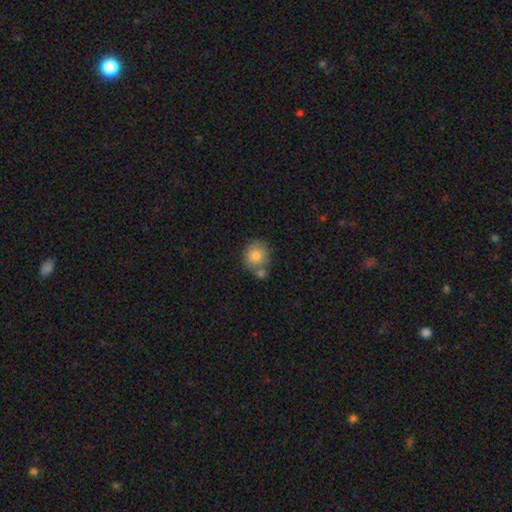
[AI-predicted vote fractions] smooth 83%, featured or disk 9%, star or artifact 8%. Down the decision tree: how rounded — round (77%); merging — none (54%).